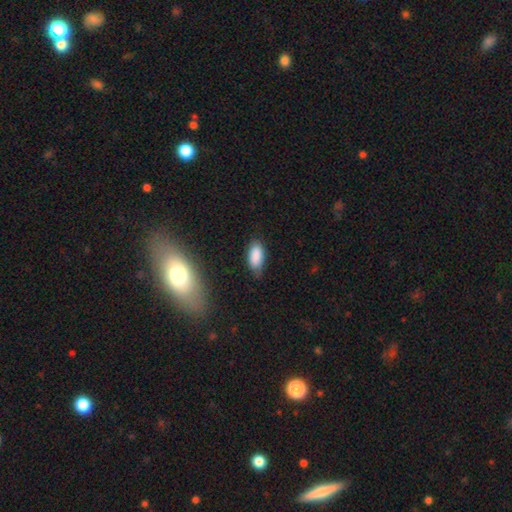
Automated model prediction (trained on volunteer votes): This appears to be a smooth galaxy with no disk features (86%) that is in between round and cigar-shaped (90%). Merging: none (69%).